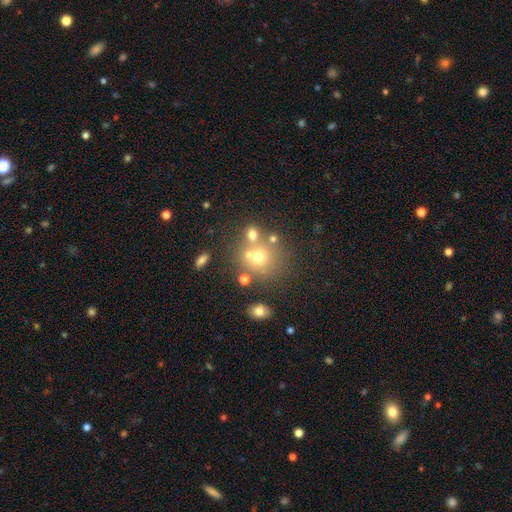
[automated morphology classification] The model was most divided on "merging": none: 51%, merger: 34%, minor disturbance: 10%, major disturbance: 5%. More confident: how rounded — round (81%); smooth or featured — smooth (54%).